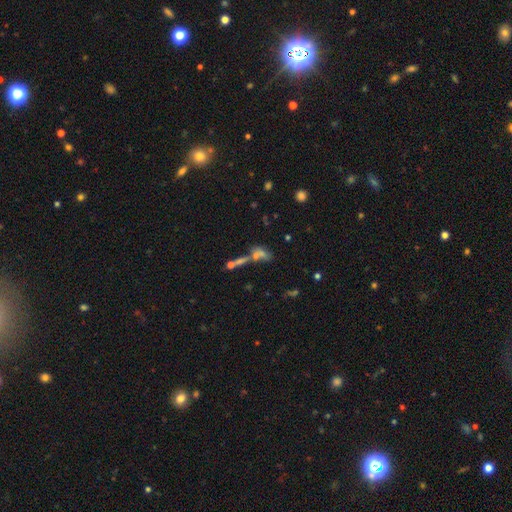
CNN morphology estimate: This appears to be a smooth galaxy with no disk features (43%). Merging: merger (42%).